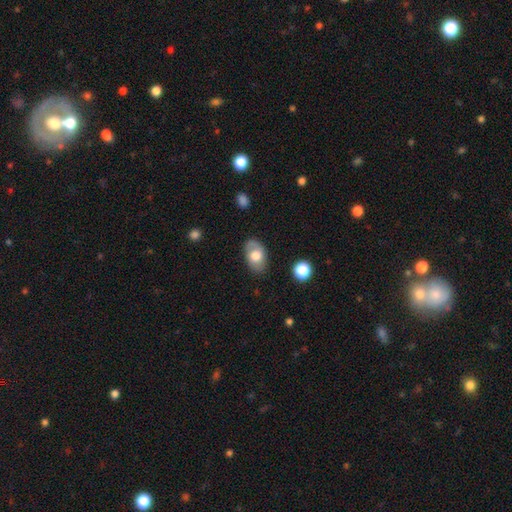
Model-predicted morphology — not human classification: Overall: smooth (65%; featured or disk 28%). How rounded: in between (87%). Merging: none (74%).